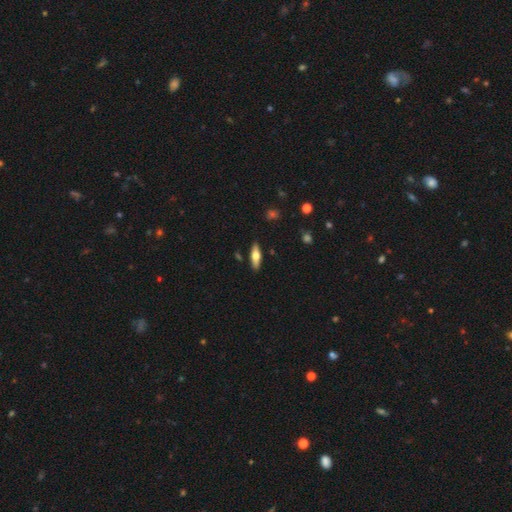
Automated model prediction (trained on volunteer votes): smooth_or_featured: smooth (p=0.55) [alt: featured or disk p=0.39]
how_rounded: in between (p=0.50) [alt: cigar-shaped p=0.48]
merging: none (p=0.88) [alt: minor disturbance p=0.09]